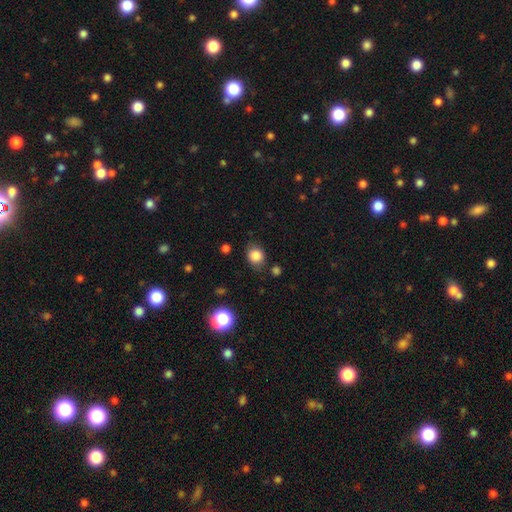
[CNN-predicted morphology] type=smooth (84%); roundness=round (64%); merging=none (77%).